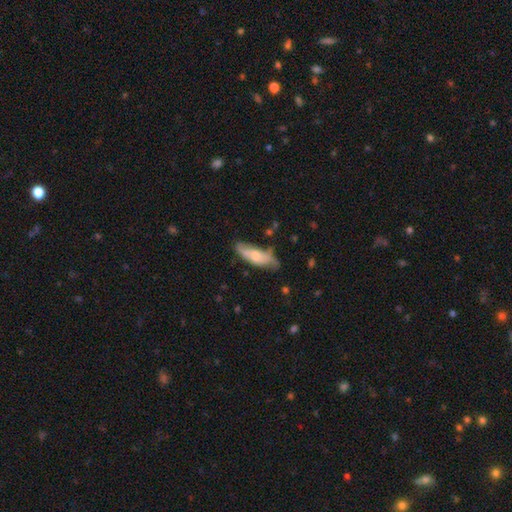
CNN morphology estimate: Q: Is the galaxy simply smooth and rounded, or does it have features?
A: smooth — 60%.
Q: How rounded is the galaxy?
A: in between — 57%.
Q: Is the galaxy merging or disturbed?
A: none — 54%.